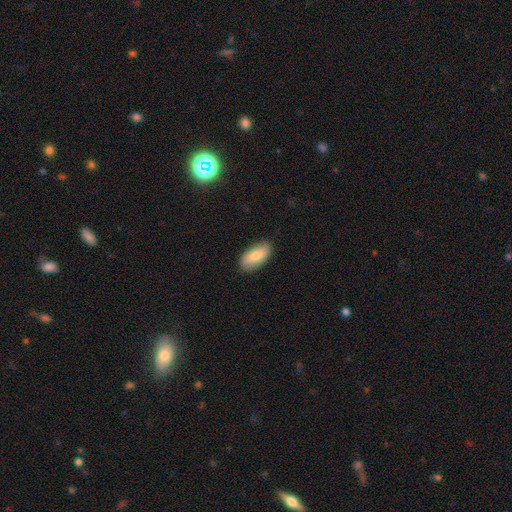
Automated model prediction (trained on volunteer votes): smooth-or-featured: smooth: 79% | featured or disk: 15% | star or artifact: 6%
  how-rounded: in between: 92% | cigar-shaped: 5% | round: 3%
  merging: none: 87% | minor disturbance: 10% | major disturbance: 2% | merger: 1%